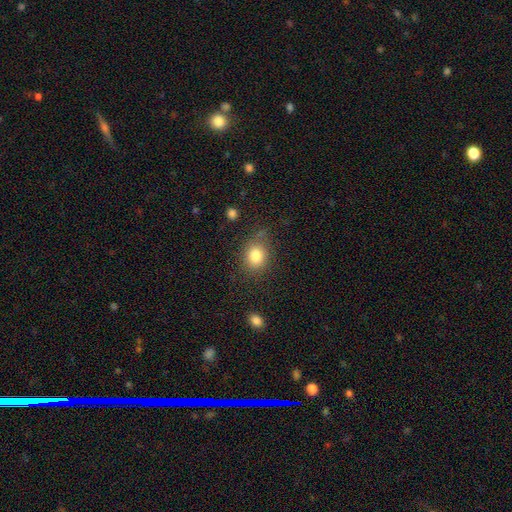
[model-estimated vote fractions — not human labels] Q: Smooth or featured?
A: smooth (81%); runner-up: star or artifact (10%)
Q: How rounded?
A: round (56%); runner-up: in between (43%)
Q: Merging?
A: none (74%); runner-up: minor disturbance (17%)